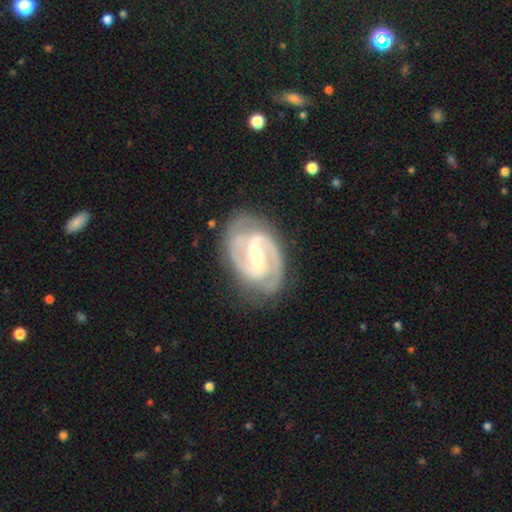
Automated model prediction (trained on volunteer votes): featured or disk 92%, smooth 4%, star or artifact 4%. Down the decision tree: edge-on disk — no (97%); bar — strong (48%); spiral arms — yes (98%); spiral arm count — 2 (88%); spiral winding — medium (52%); bulge size — small (51%); merging — none (81%).